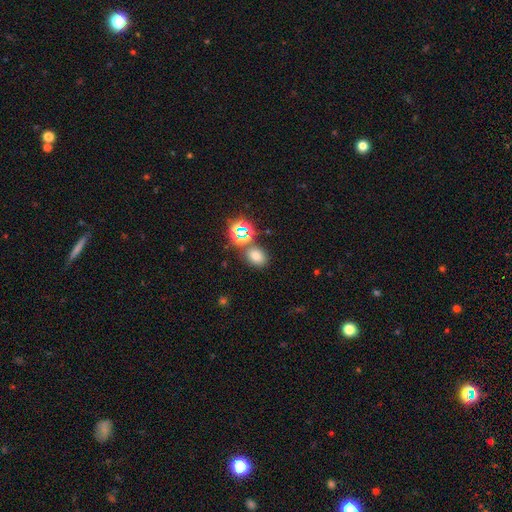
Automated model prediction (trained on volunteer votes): Smooth or featured?
  - smooth: 70% *
  - star or artifact: 23%
  - featured or disk: 7%
How rounded?
  - in between: 58% *
  - round: 41%
  - cigar-shaped: 1%
Merging?
  - none: 74% *
  - merger: 11%
  - minor disturbance: 11%
  - major disturbance: 4%